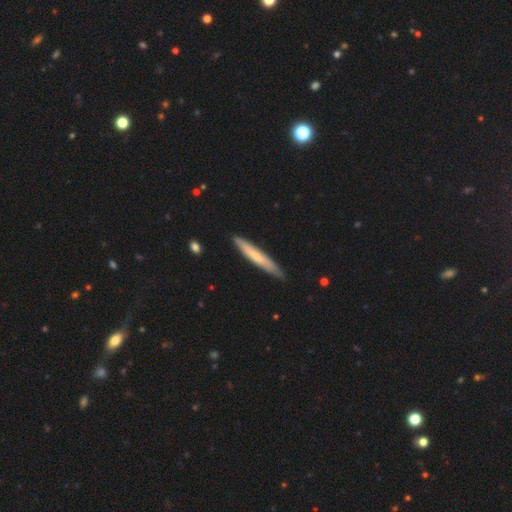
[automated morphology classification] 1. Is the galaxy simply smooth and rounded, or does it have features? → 60% smooth, 35% featured or disk, 5% star or artifact.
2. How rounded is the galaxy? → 94% cigar-shaped, 5% in between, 1% round.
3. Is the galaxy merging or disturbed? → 84% none, 13% minor disturbance, 2% major disturbance, 1% merger.